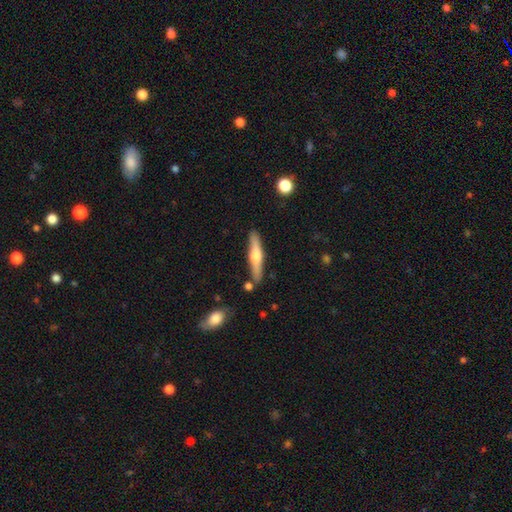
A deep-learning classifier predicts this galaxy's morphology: Q: Smooth or featured?
A: featured or disk (52%); runner-up: smooth (42%)
Q: Edge-on disk?
A: yes (95%); runner-up: no (5%)
Q: Merging?
A: none (85%); runner-up: minor disturbance (9%)